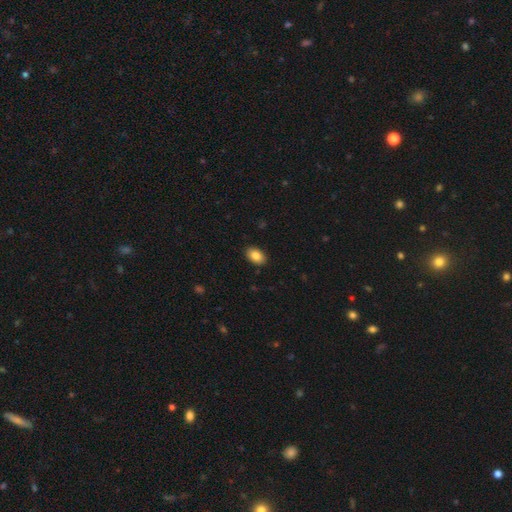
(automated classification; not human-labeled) smooth 85%, star or artifact 8%, featured or disk 7%. Down the decision tree: how rounded — in between (86%); merging — none (90%).